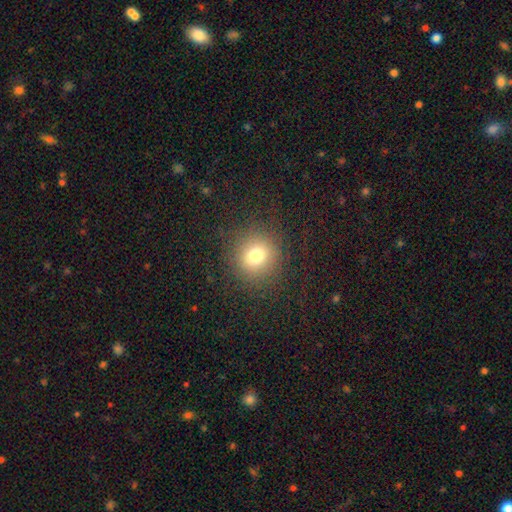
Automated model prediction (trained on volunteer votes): smooth 73%, star or artifact 16%, featured or disk 11%. Down the decision tree: how rounded — round (85%); merging — none (84%).